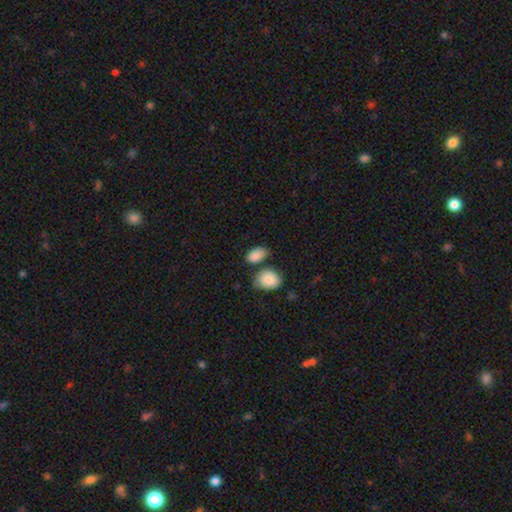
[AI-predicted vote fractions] smooth_or_featured: smooth (p=0.87) [alt: star or artifact p=0.07]
how_rounded: in between (p=0.89) [alt: round p=0.09]
merging: none (p=0.61) [alt: minor disturbance p=0.19]